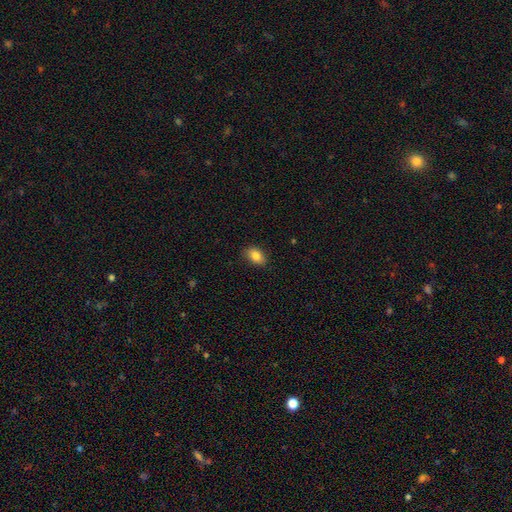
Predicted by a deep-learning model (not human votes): A smooth galaxy with no disk features (85%) that is in between round and cigar-shaped (84%).

Vote fractions:
- Smooth or featured? smooth: 85% / star or artifact: 8% / featured or disk: 6%
- How rounded? in between: 84% / round: 15% / cigar-shaped: 2%
- Merging? none: 85% / minor disturbance: 12% / major disturbance: 2% / merger: 1%